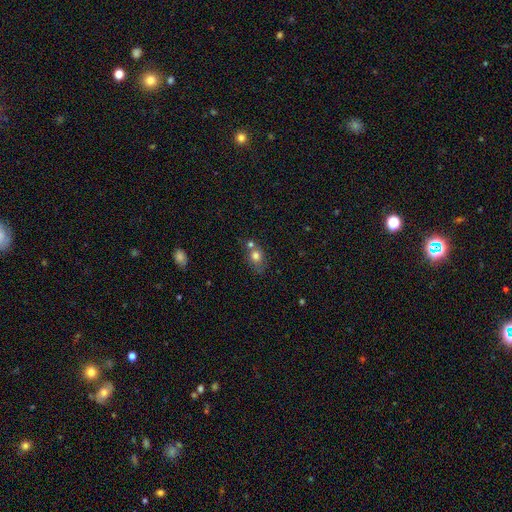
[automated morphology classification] A smooth galaxy with no disk features (75%) that is round (54%). Merging: none (47%).